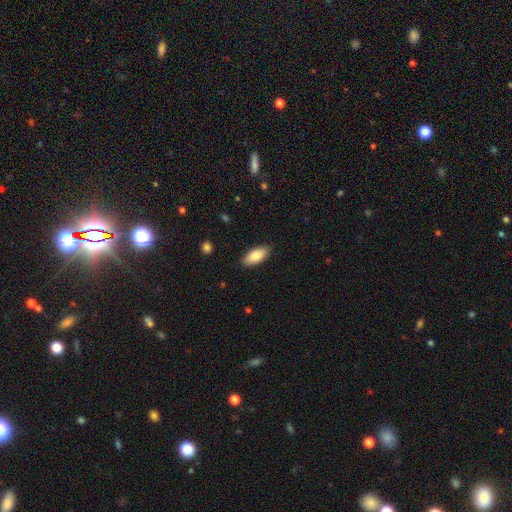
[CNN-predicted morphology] A smooth galaxy with no disk features (85%) that is in between round and cigar-shaped (87%).

Vote fractions:
- Smooth or featured? smooth: 85% / featured or disk: 9% / star or artifact: 6%
- How rounded? in between: 87% / cigar-shaped: 11% / round: 2%
- Merging? none: 87% / minor disturbance: 10% / major disturbance: 2% / merger: 1%